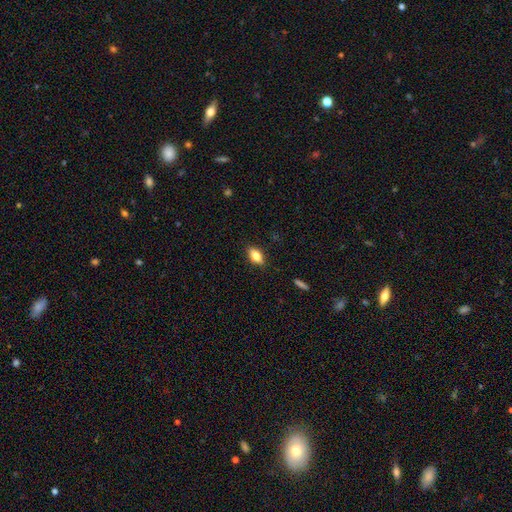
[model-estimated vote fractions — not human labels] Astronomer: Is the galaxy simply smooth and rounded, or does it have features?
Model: smooth — 77%.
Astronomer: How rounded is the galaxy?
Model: in between — 83%.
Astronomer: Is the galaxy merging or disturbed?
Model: none — 85%.